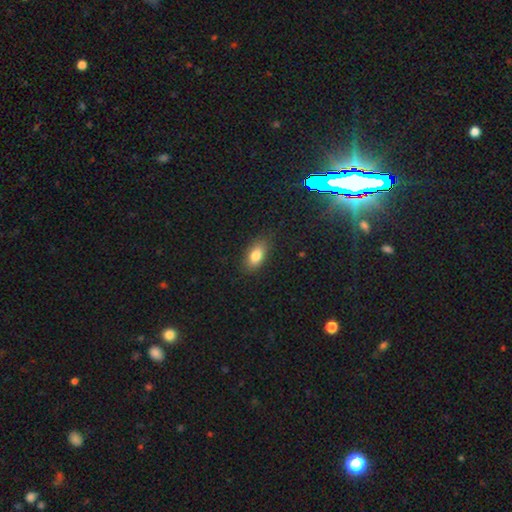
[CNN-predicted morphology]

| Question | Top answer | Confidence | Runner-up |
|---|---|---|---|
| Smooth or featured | smooth | 81% | featured or disk (11%) |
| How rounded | in between | 87% | cigar-shaped (8%) |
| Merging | none | 84% | minor disturbance (12%) |